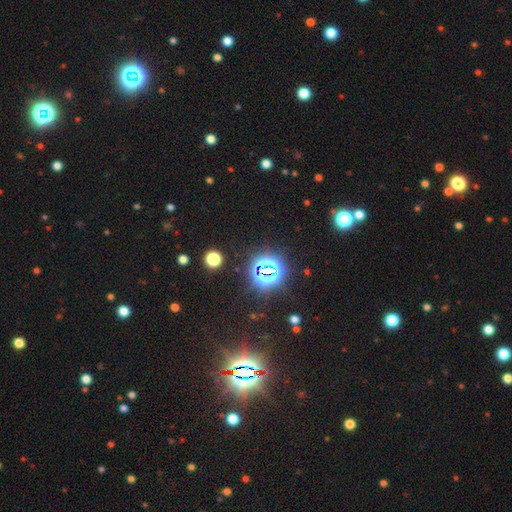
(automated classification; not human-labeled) star or artifact 84%, smooth 10%, featured or disk 6%.